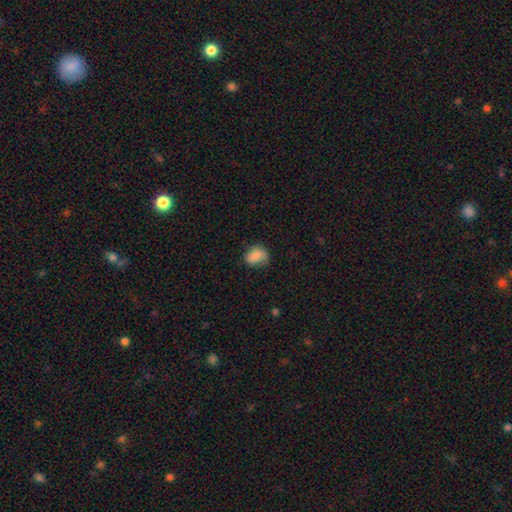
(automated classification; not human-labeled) This is clearly a smooth galaxy (81%). How rounded: possibly in between (56%). Merging: possibly none (58%).